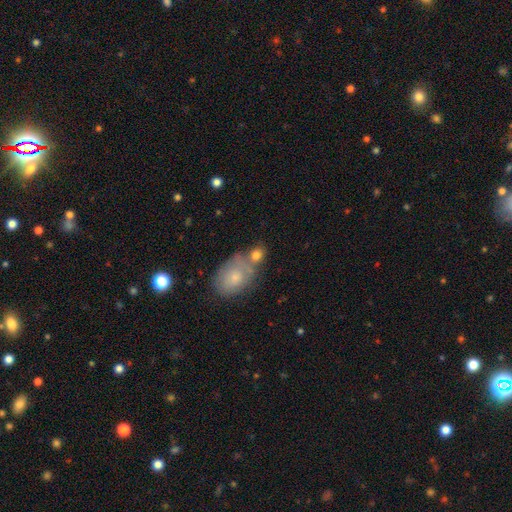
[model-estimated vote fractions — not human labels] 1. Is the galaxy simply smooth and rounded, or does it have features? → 74% smooth, 15% featured or disk, 10% star or artifact.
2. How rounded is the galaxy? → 52% round, 46% in between, 2% cigar-shaped.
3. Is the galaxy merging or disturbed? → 47% none, 34% merger, 13% minor disturbance, 5% major disturbance.